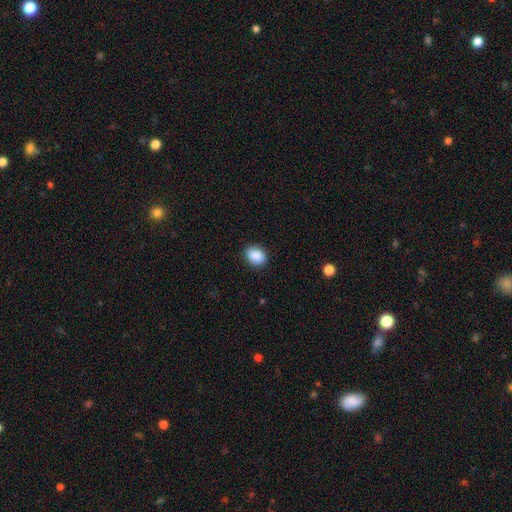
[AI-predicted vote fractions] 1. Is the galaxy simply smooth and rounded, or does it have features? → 89% smooth, 8% star or artifact, 3% featured or disk.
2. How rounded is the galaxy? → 62% in between, 37% round, 1% cigar-shaped.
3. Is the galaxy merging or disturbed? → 87% none, 10% minor disturbance, 2% major disturbance, 1% merger.